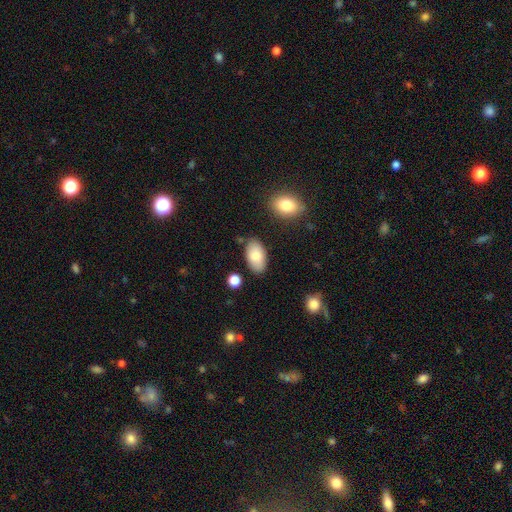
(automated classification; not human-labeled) A smooth galaxy with no disk features (82%) that is in between round and cigar-shaped (95%).

Vote fractions:
- Smooth or featured? smooth: 82% / featured or disk: 12% / star or artifact: 7%
- How rounded? in between: 95% / round: 4% / cigar-shaped: 2%
- Merging? none: 81% / minor disturbance: 13% / merger: 4% / major disturbance: 3%